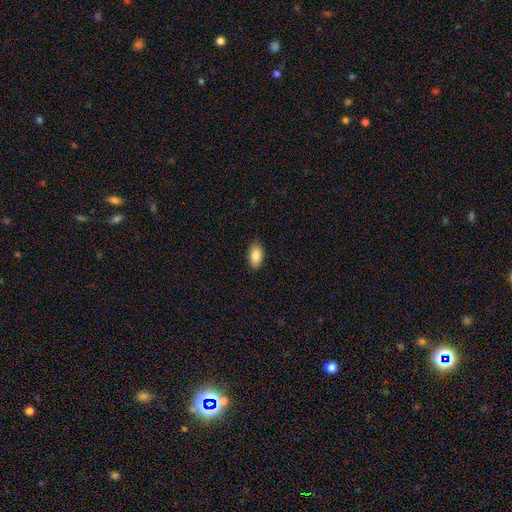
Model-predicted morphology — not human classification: The model was most divided on "merging": none: 87%, minor disturbance: 10%, major disturbance: 2%, merger: 1%. More confident: how rounded — in between (93%); smooth or featured — smooth (86%).